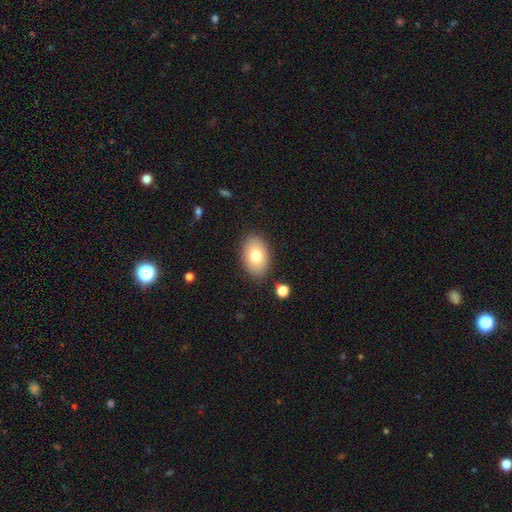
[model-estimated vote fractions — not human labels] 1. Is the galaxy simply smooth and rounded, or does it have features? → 78% smooth, 15% featured or disk, 8% star or artifact.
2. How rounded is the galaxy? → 88% in between, 11% round, 1% cigar-shaped.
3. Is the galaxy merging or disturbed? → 87% none, 9% minor disturbance, 2% major disturbance, 2% merger.